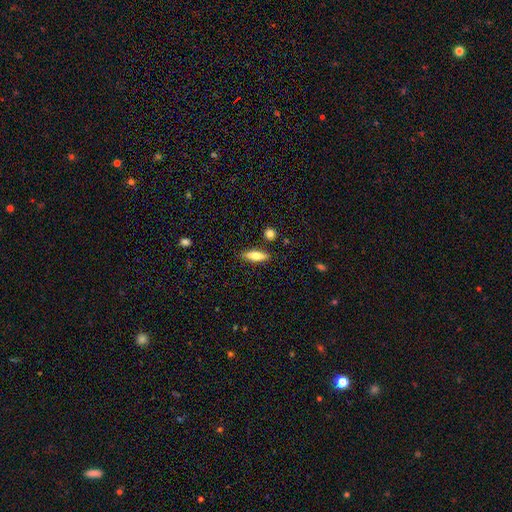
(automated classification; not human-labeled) Overall: smooth (64%; featured or disk 29%). How rounded: cigar-shaped (55%; in between 42%). Merging: none (84%).